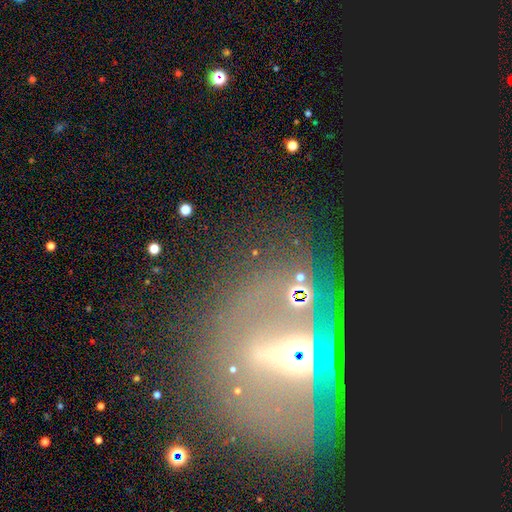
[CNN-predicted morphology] Overall: featured or disk (52%; star or artifact 32%). Edge-on disk: no (80%). Merging: none (54%; major disturbance 22%).